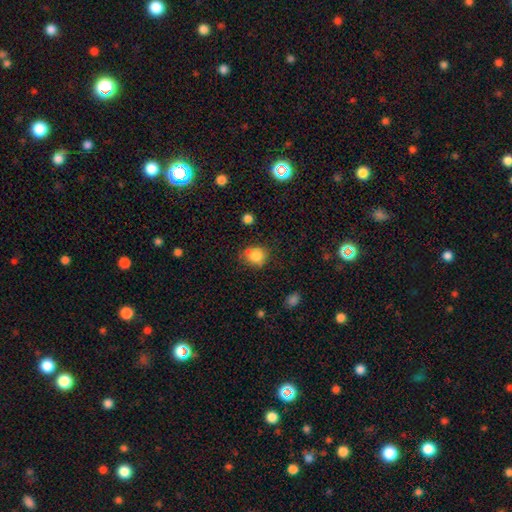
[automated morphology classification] This is clearly a smooth galaxy (82%). How rounded: likely round (68%). Merging: likely none (61%).